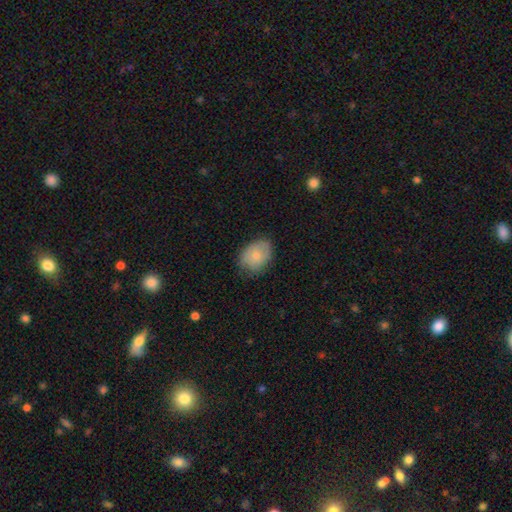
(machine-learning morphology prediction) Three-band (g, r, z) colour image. It shows a smooth galaxy with no disk features (73%) that is in between round and cigar-shaped (72%). Merging: none (68%).